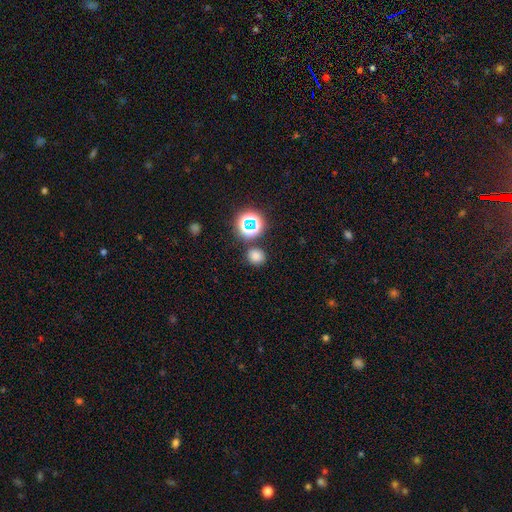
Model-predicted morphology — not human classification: This appears to be a smooth galaxy with no disk features (72%) that is round (81%). Merging: none (84%).